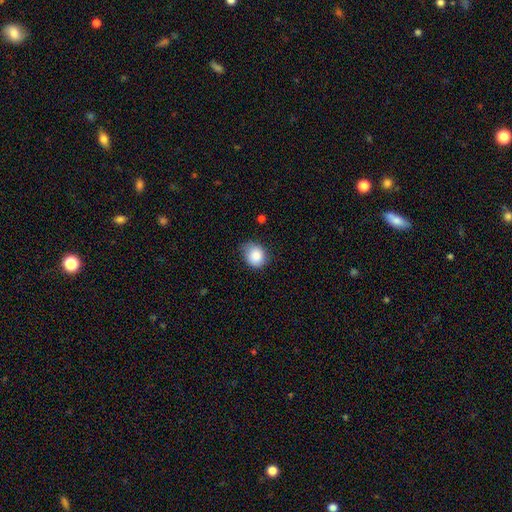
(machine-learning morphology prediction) smooth_or_featured: smooth (p=0.85) [alt: star or artifact p=0.08]
how_rounded: round (p=0.65) [alt: in between p=0.34]
merging: none (p=0.60) [alt: minor disturbance p=0.32]